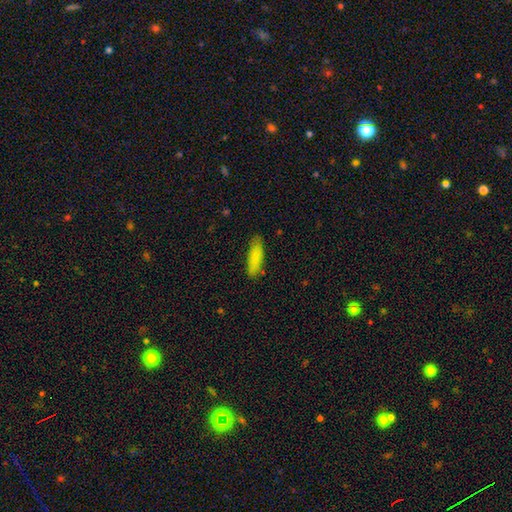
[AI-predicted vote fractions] smooth-or-featured: smooth: 84% | featured or disk: 10% | star or artifact: 6%
  how-rounded: cigar-shaped: 54% | in between: 45% | round: 2%
  merging: none: 82% | minor disturbance: 14% | major disturbance: 3% | merger: 2%